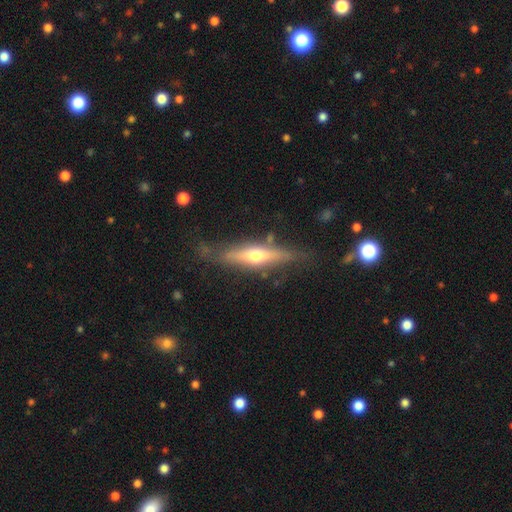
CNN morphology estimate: Smooth or featured? Predicted: featured or disk (p=0.66). Edge-on disk? Predicted: yes (p=0.91). Edge-on bulge? Predicted: rounded (p=0.89). Merging? Predicted: none (p=0.74).